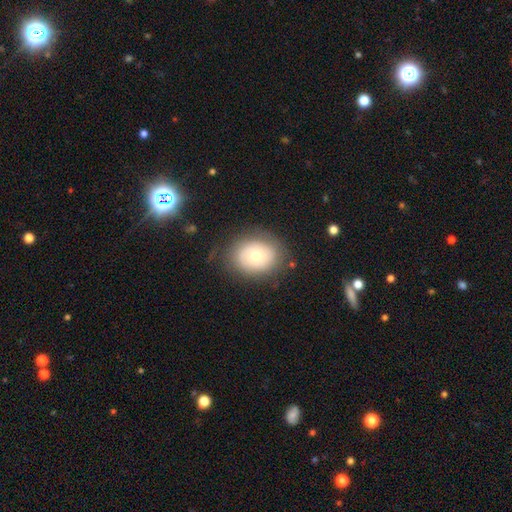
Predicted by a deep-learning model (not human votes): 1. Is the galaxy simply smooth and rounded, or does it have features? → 60% smooth, 31% featured or disk, 9% star or artifact.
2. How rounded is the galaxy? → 53% round, 46% in between, 1% cigar-shaped.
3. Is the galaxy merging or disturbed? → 76% none, 16% minor disturbance, 7% major disturbance, 2% merger.